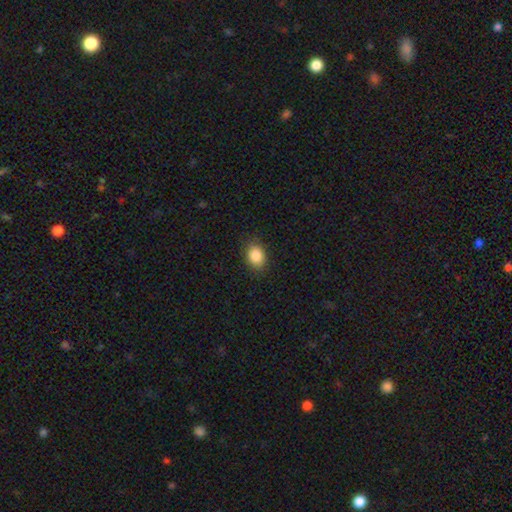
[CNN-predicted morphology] Smooth or featured? Predicted: smooth (p=0.87). How rounded? Predicted: in between (p=0.64). Merging? Predicted: none (p=0.87).